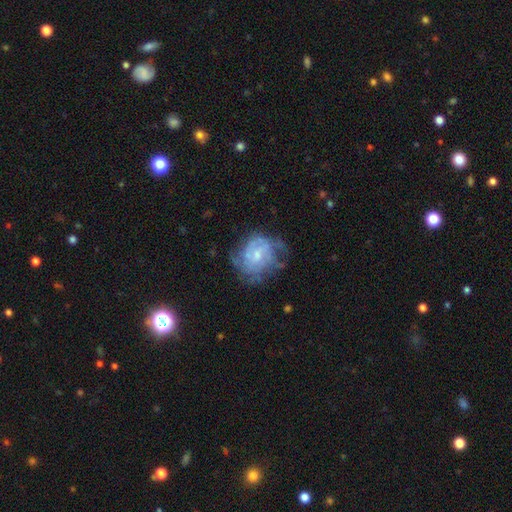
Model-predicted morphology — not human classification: This is likely a featured or disk galaxy (66%). It is clearly not viewed edge-on (98%). Bar: likely no (62%). Spiral arm pattern: likely yes (70%). Central bulge: possibly small (55%). Merging: possibly none (49%).